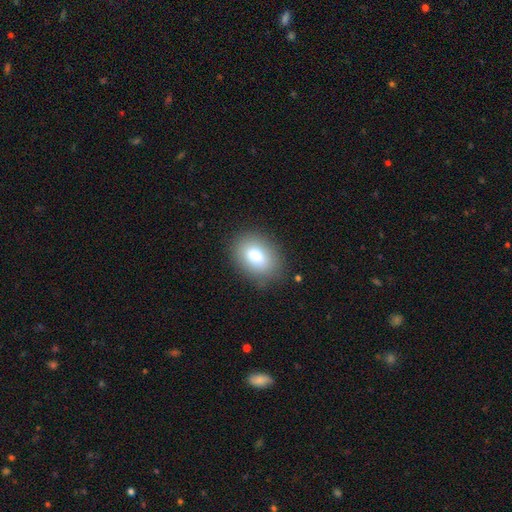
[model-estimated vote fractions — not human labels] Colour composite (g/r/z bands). It shows a smooth galaxy with no disk features (79%) that is in between round and cigar-shaped (73%). Merging: none (83%).